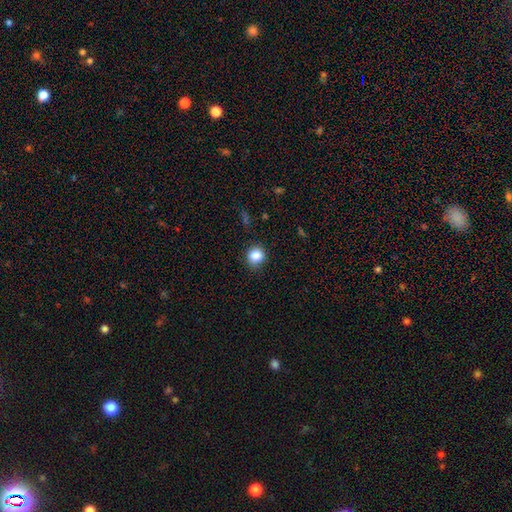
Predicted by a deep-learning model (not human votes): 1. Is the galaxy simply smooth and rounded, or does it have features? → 85% smooth, 10% star or artifact, 5% featured or disk.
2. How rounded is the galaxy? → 87% round, 12% in between, 1% cigar-shaped.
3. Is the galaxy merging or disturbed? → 87% none, 9% minor disturbance, 3% major disturbance, 1% merger.